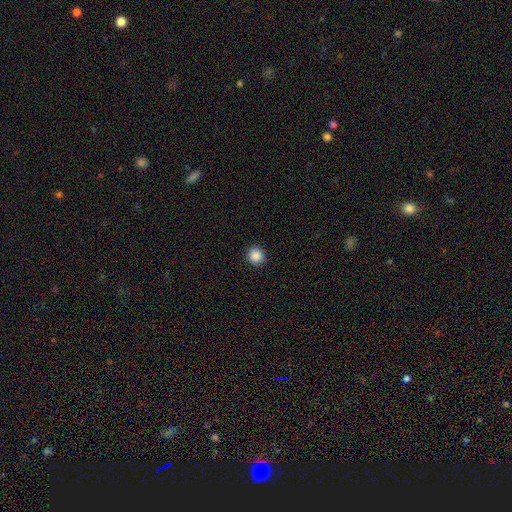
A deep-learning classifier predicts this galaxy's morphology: Smooth or featured? smooth (87%)
How rounded? round (92%)
Merging? none (91%)